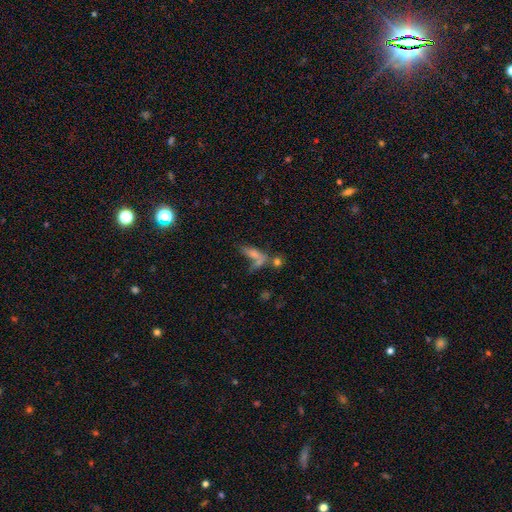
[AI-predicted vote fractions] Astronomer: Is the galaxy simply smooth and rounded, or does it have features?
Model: smooth — 62%.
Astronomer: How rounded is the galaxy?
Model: cigar-shaped — 51% (runner-up: in between, 43%).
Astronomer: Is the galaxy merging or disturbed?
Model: merger — 37% (runner-up: none, 35%).